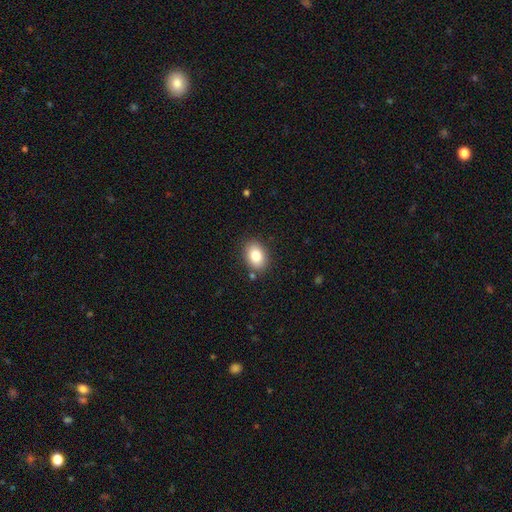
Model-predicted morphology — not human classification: Q: Smooth or featured?
A: smooth (83%); runner-up: featured or disk (9%)
Q: How rounded?
A: in between (76%); runner-up: round (23%)
Q: Merging?
A: none (85%); runner-up: minor disturbance (10%)